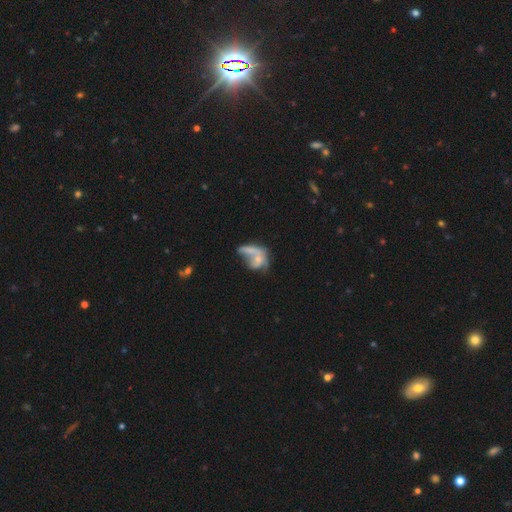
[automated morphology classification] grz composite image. It shows a smooth galaxy with no disk features (50%) that is in between round and cigar-shaped (59%). Merging: merger (44%).